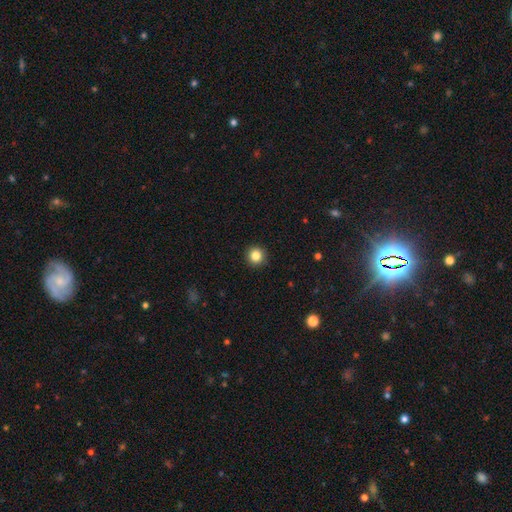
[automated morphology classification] smooth-or-featured: smooth: 84% | star or artifact: 11% | featured or disk: 5%
  how-rounded: round: 95% | in between: 4% | cigar-shaped: 1%
  merging: none: 93% | minor disturbance: 5% | major disturbance: 2% | merger: 1%